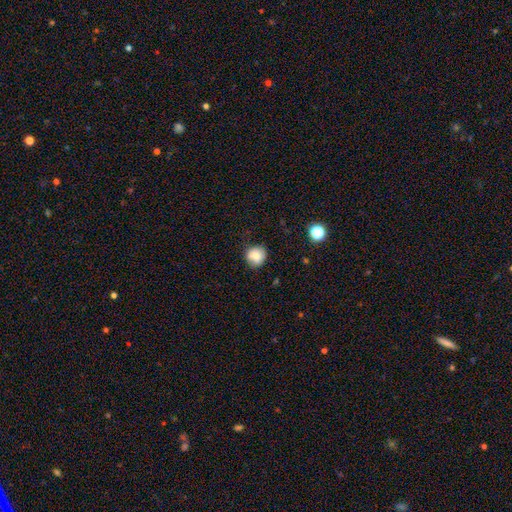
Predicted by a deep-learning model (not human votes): Overall: smooth (77%). How rounded: round (88%). Merging: none (75%).